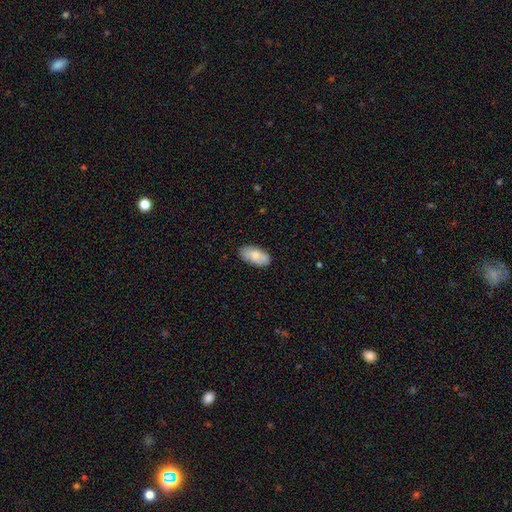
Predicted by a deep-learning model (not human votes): This is likely a smooth galaxy (75%). How rounded: clearly in between (94%). Merging: likely none (78%).